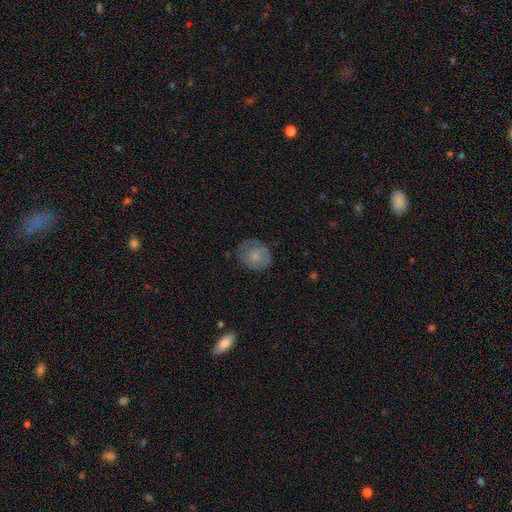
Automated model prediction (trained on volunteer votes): smooth 70%, featured or disk 22%, star or artifact 7%. Down the decision tree: how rounded — round (68%); merging — none (69%).